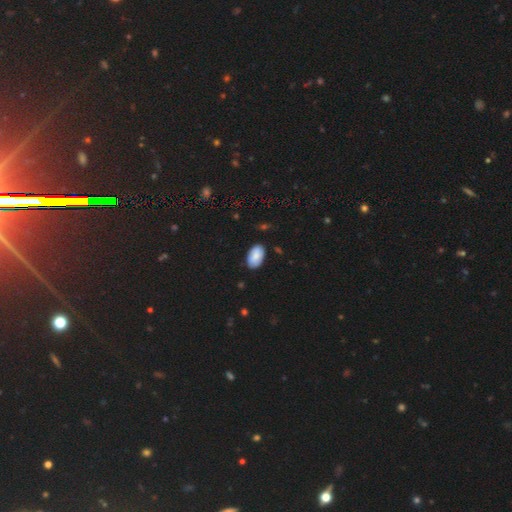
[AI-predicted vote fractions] smooth 84%, featured or disk 9%, star or artifact 8%. Down the decision tree: how rounded — in between (95%); merging — none (80%).